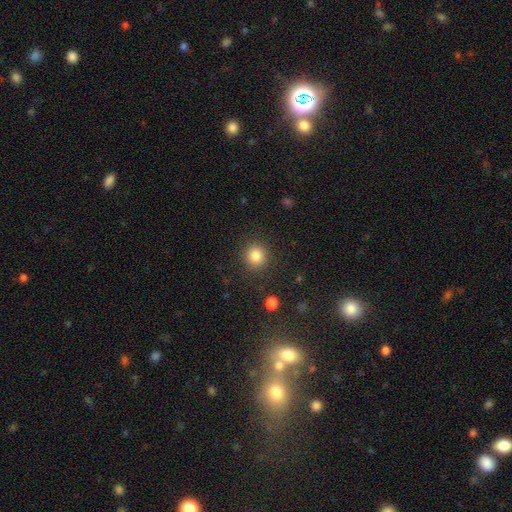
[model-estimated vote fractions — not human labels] Smooth or featured: smooth — 84% (star or artifact — 11%)
How rounded: round — 91% (in between — 8%)
Merging: none — 88% (minor disturbance — 7%)